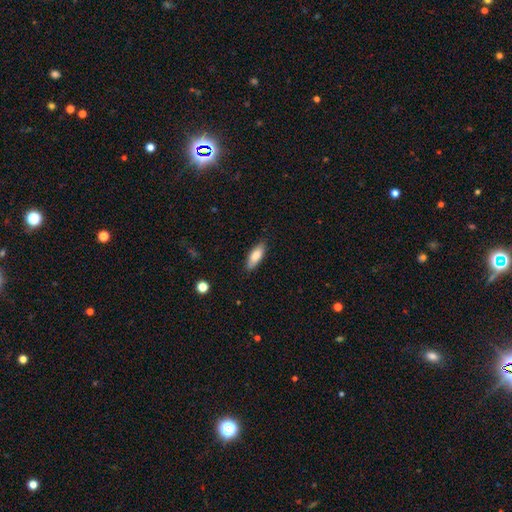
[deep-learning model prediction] Q: Smooth or featured?
A: smooth (81%); runner-up: featured or disk (13%)
Q: How rounded?
A: in between (67%); runner-up: cigar-shaped (31%)
Q: Merging?
A: none (85%); runner-up: minor disturbance (12%)